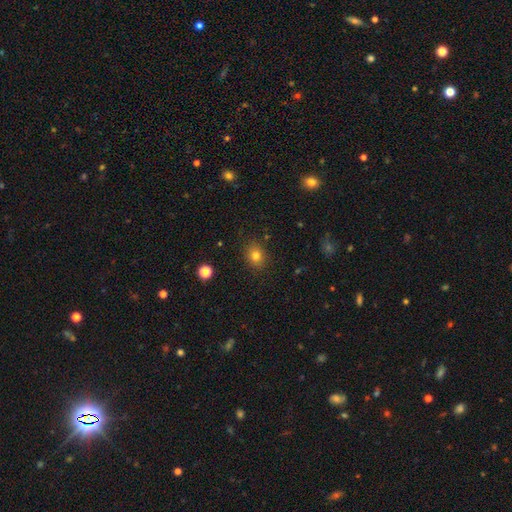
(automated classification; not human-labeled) A smooth galaxy with no disk features (79%) that is round (62%).

Vote fractions:
- Smooth or featured? smooth: 79% / star or artifact: 14% / featured or disk: 7%
- How rounded? round: 62% / in between: 37% / cigar-shaped: 1%
- Merging? none: 87% / minor disturbance: 9% / major disturbance: 3% / merger: 1%